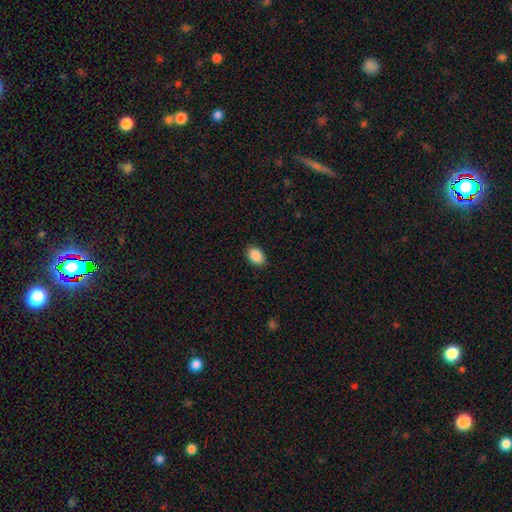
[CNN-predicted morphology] Q: Smooth or featured?
A: smooth (88%); runner-up: star or artifact (8%)
Q: How rounded?
A: in between (80%); runner-up: round (19%)
Q: Merging?
A: none (89%); runner-up: minor disturbance (8%)